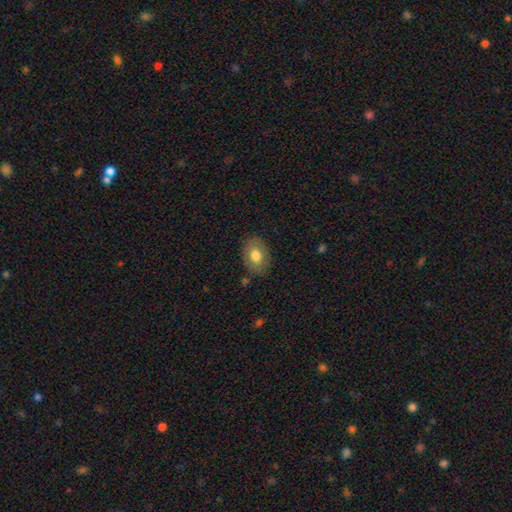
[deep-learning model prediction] Overall: smooth (73%). How rounded: in between (73%). Merging: none (80%).